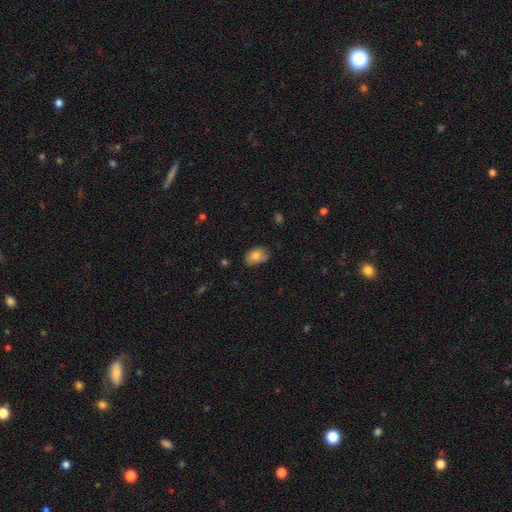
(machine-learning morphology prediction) Smooth or featured?
  - smooth: 79% *
  - featured or disk: 12%
  - star or artifact: 8%
How rounded?
  - in between: 85% *
  - round: 14%
  - cigar-shaped: 1%
Merging?
  - none: 60% *
  - minor disturbance: 31%
  - major disturbance: 5%
  - merger: 3%